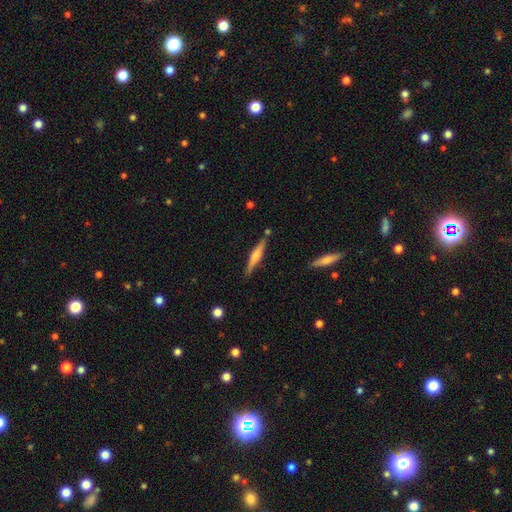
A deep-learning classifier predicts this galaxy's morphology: type=featured or disk (56%); edge-on=yes (97%); edge-on bulge=rounded (70%); merging=none (83%).